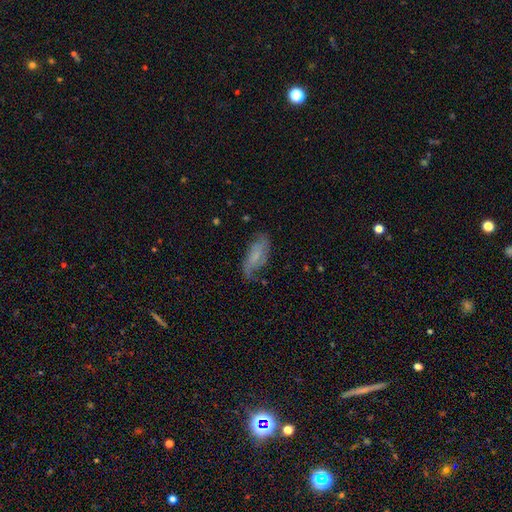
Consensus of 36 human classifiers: Smooth or featured? smooth (56%)
How rounded? in between (95%)
Merging? none (50%)